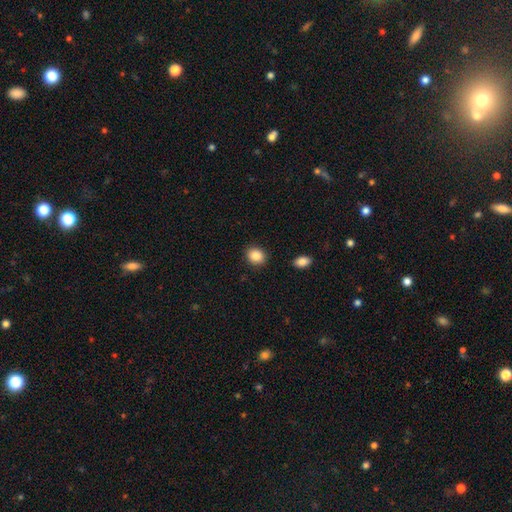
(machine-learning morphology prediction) Smooth or featured?
  - smooth: 88% *
  - star or artifact: 8%
  - featured or disk: 4%
How rounded?
  - round: 65% *
  - in between: 34%
  - cigar-shaped: 1%
Merging?
  - none: 88% *
  - minor disturbance: 7%
  - major disturbance: 2%
  - merger: 2%